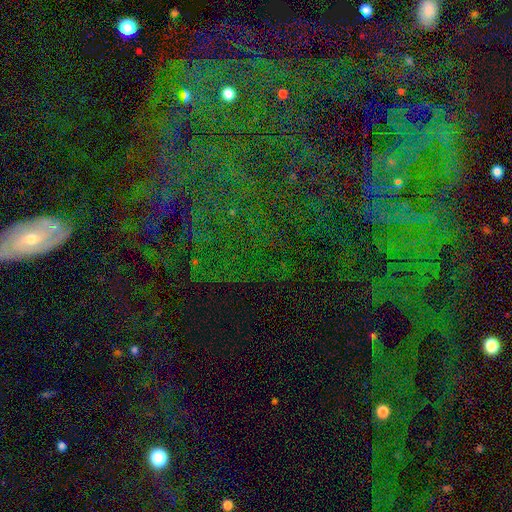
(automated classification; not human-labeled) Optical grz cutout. It shows a star or artifact, not a galaxy (67%).